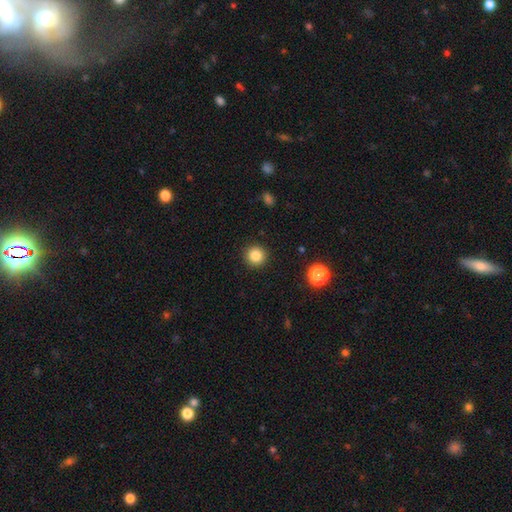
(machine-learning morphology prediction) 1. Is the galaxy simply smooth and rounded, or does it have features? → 85% smooth, 11% star or artifact, 4% featured or disk.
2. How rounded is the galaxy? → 95% round, 4% in between, 1% cigar-shaped.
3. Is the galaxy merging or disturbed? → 92% none, 5% minor disturbance, 2% major disturbance, 1% merger.